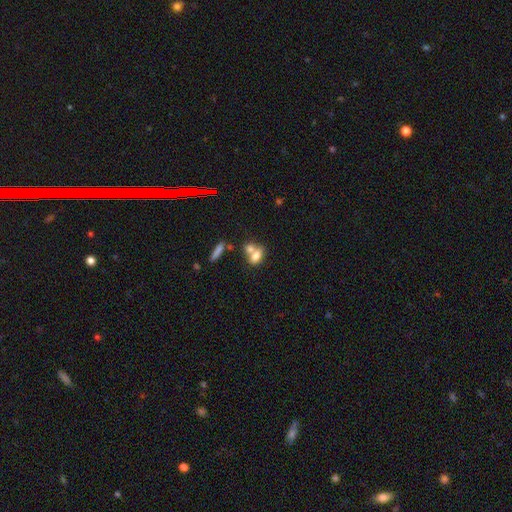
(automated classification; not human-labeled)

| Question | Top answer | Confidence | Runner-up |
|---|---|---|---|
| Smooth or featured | smooth | 74% | featured or disk (16%) |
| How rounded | in between | 76% | round (20%) |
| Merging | merger | 53% | none (33%) |